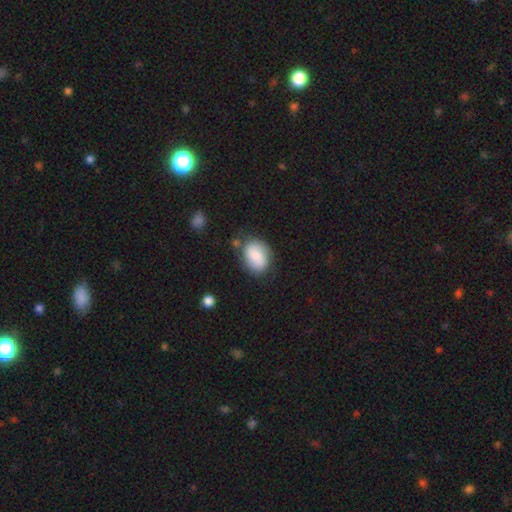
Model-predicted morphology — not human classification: This appears to be a smooth galaxy with no disk features (73%) that is in between round and cigar-shaped (76%). Merging: none (67%).